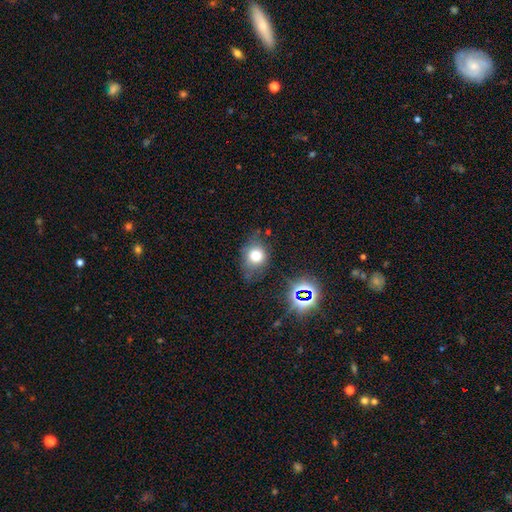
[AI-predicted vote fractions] Q: Smooth or featured?
A: smooth (71%); runner-up: star or artifact (17%)
Q: How rounded?
A: round (67%); runner-up: in between (32%)
Q: Merging?
A: none (66%); runner-up: minor disturbance (23%)